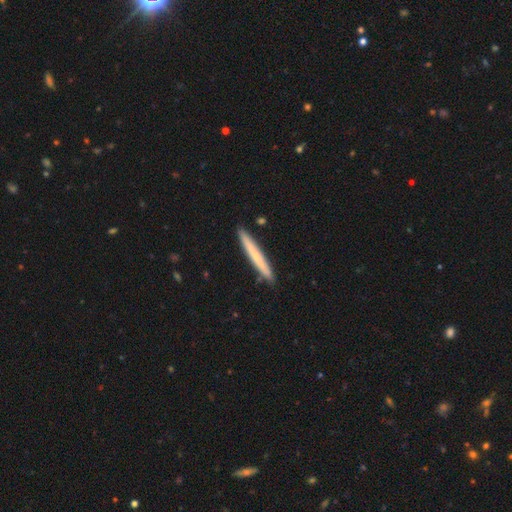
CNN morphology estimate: A smooth galaxy with no disk features (63%) that is cigar-shaped (97%).

Vote fractions:
- Smooth or featured? smooth: 63% / featured or disk: 32% / star or artifact: 5%
- How rounded? cigar-shaped: 97% / in between: 2% / round: 1%
- Merging? none: 91% / minor disturbance: 6% / merger: 1% / major disturbance: 1%